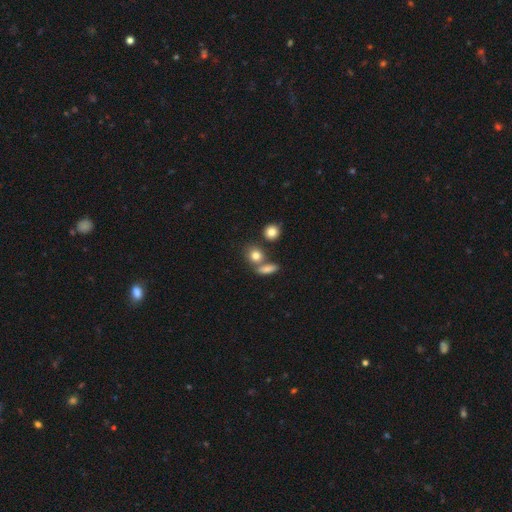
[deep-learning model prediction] A smooth galaxy with no disk features (79%) that is round (68%).

Vote fractions:
- Smooth or featured? smooth: 79% / star or artifact: 11% / featured or disk: 10%
- How rounded? round: 68% / in between: 28% / cigar-shaped: 4%
- Merging? none: 62% / merger: 24% / minor disturbance: 10% / major disturbance: 4%